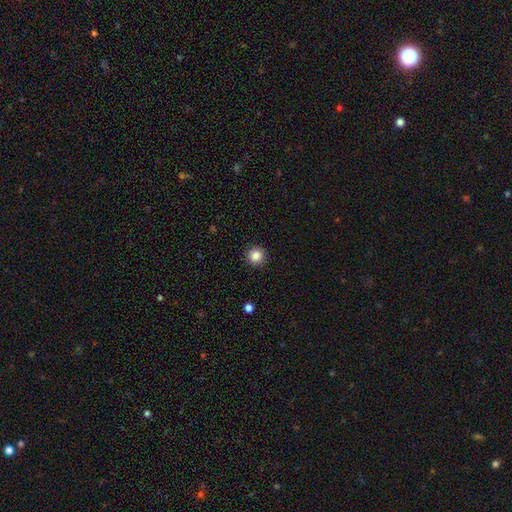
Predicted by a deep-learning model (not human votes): smooth-or-featured: smooth: 86% | star or artifact: 11% | featured or disk: 4%
  how-rounded: round: 95% | in between: 4% | cigar-shaped: 1%
  merging: none: 92% | minor disturbance: 5% | major disturbance: 2% | merger: 1%